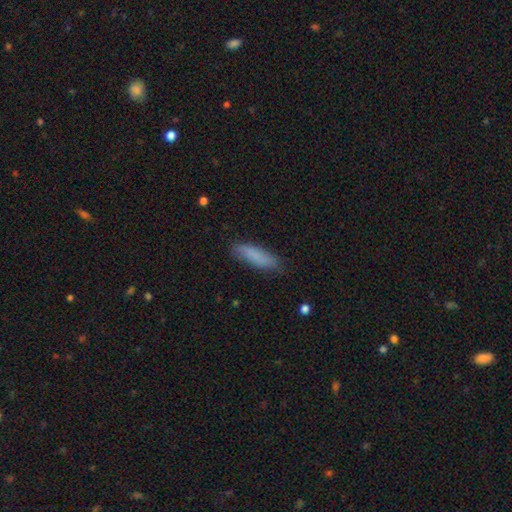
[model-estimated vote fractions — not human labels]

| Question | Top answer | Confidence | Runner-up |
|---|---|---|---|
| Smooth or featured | smooth | 84% | featured or disk (9%) |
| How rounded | cigar-shaped | 66% | in between (33%) |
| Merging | none | 82% | minor disturbance (14%) |